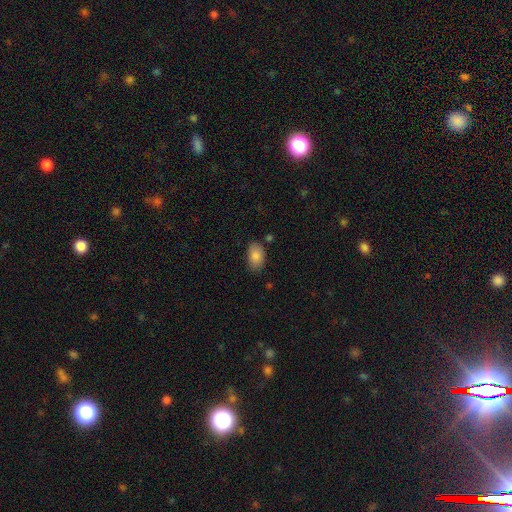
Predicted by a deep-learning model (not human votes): This appears to be a smooth galaxy with no disk features (86%) that is in between round and cigar-shaped (92%). Merging: none (80%).